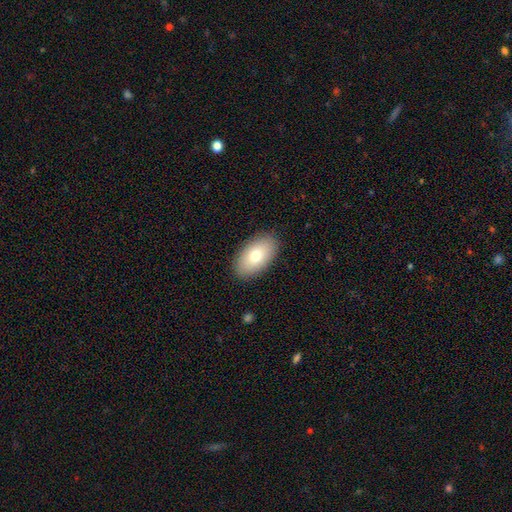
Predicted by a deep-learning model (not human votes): smooth_or_featured: smooth (p=0.75) [alt: featured or disk p=0.18]
how_rounded: in between (p=0.94) [alt: round p=0.04]
merging: none (p=0.89) [alt: minor disturbance p=0.08]